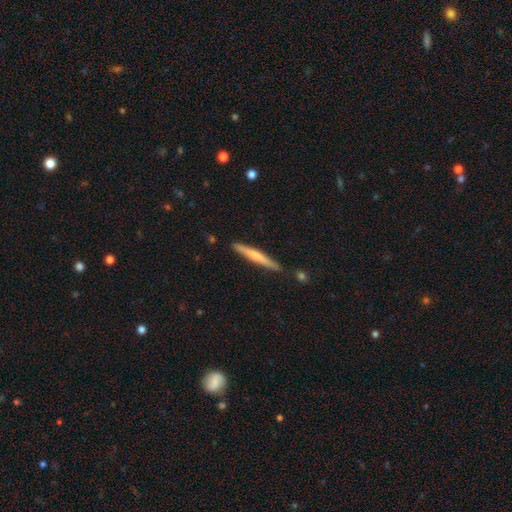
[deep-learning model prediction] smooth 52%, featured or disk 43%, star or artifact 5%. Down the decision tree: how rounded — cigar-shaped (95%); merging — none (87%).